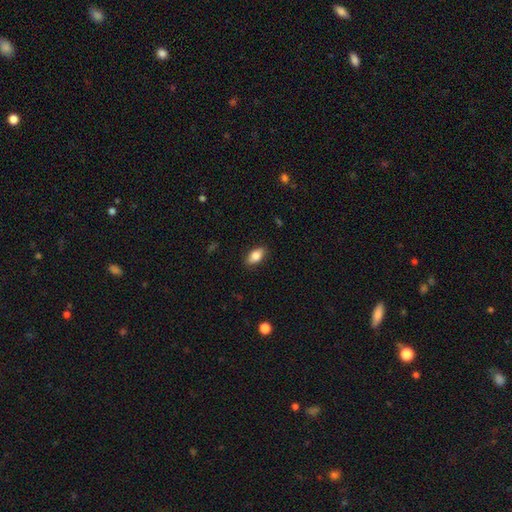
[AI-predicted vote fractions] Smooth or featured? smooth (81%)
How rounded? in between (89%)
Merging? none (86%)